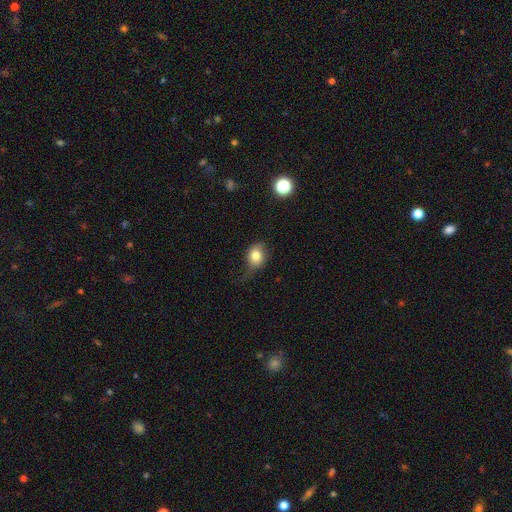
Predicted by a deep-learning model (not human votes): Smooth or featured: smooth — 79% (featured or disk — 11%)
How rounded: round — 52% (in between — 47%)
Merging: none — 56% (minor disturbance — 29%)